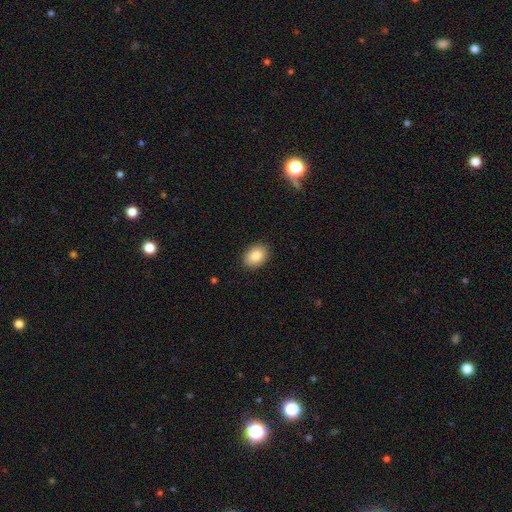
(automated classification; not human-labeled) This appears to be a smooth galaxy with no disk features (86%) that is in between round and cigar-shaped (72%). Merging: none (89%).